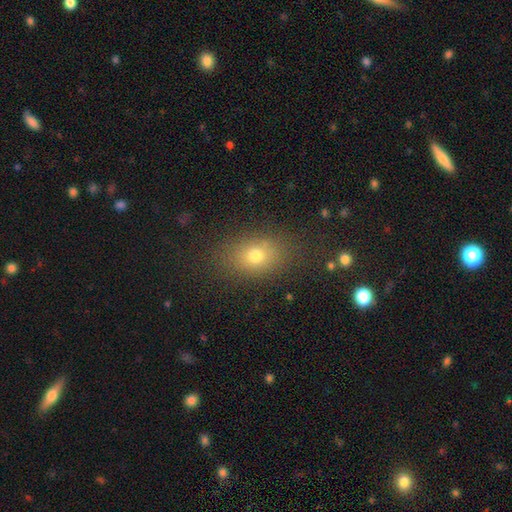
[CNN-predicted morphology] This is likely a smooth galaxy (73%). How rounded: likely in between (72%). Merging: clearly none (81%).